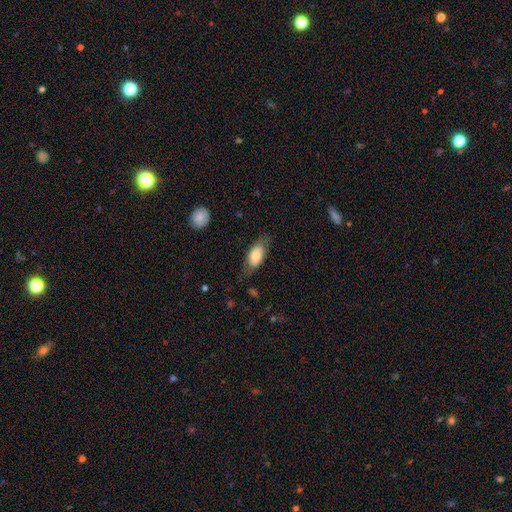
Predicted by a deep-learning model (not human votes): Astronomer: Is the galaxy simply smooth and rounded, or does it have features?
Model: smooth — 68%.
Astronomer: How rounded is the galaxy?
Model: in between — 85%.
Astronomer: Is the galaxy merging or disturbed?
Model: none — 69%.